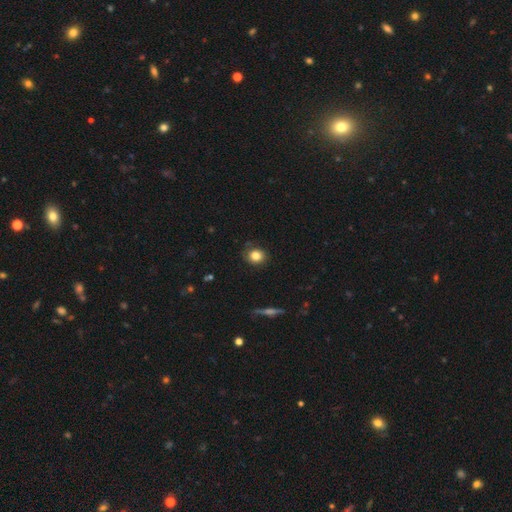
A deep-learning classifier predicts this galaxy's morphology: Smooth or featured? smooth (82%)
How rounded? round (75%)
Merging? none (83%)